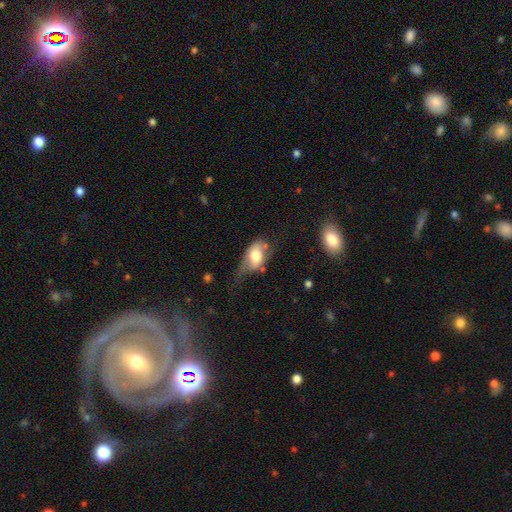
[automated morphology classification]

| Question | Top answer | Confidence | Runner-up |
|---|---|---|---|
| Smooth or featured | smooth | 61% | featured or disk (32%) |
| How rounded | in between | 86% | round (10%) |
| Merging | major disturbance | 37% | minor disturbance (31%) |